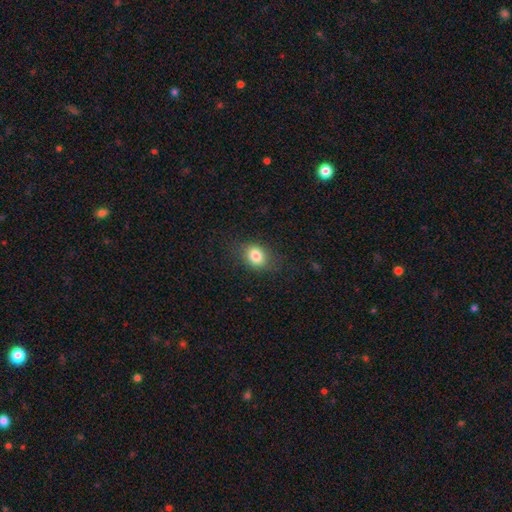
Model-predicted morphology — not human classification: smooth 82%, star or artifact 10%, featured or disk 8%. Down the decision tree: how rounded — in between (58%); merging — none (78%).